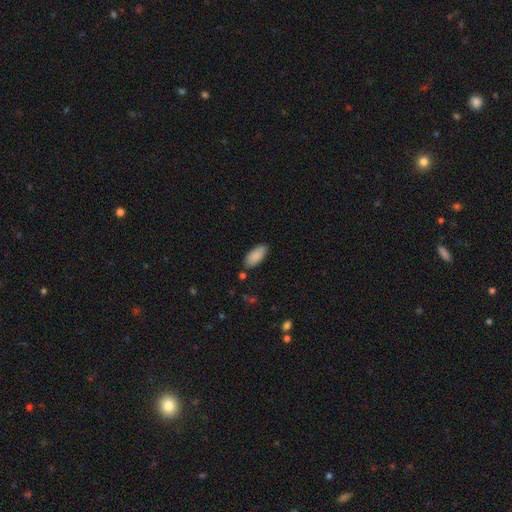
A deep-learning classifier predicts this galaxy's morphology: Q: Smooth or featured?
A: smooth (89%); runner-up: star or artifact (6%)
Q: How rounded?
A: in between (87%); runner-up: cigar-shaped (11%)
Q: Merging?
A: none (83%); runner-up: minor disturbance (12%)